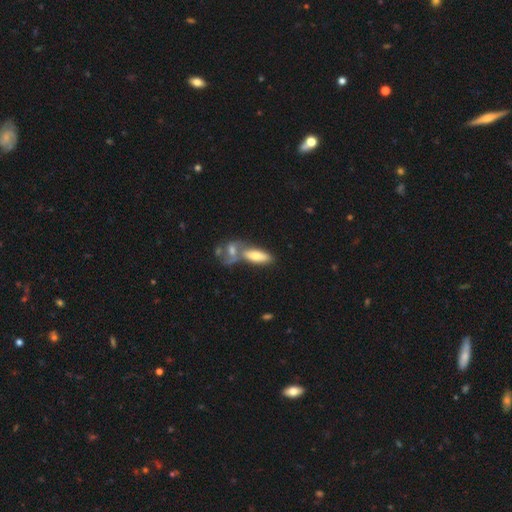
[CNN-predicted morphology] smooth-or-featured: smooth: 64% | featured or disk: 28% | star or artifact: 9%
  how-rounded: in between: 73% | cigar-shaped: 24% | round: 3%
  merging: merger: 47% | none: 37% | minor disturbance: 11% | major disturbance: 5%